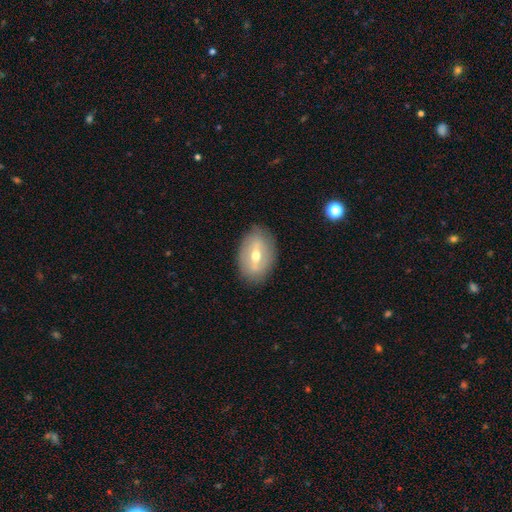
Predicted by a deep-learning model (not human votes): Overall: featured or disk (58%; smooth 35%). Edge-on disk: no (87%). Bar: strong (41%; weak 40%). Spiral arms: no (71%). Bulge size: moderate (72%). Merging: none (83%).